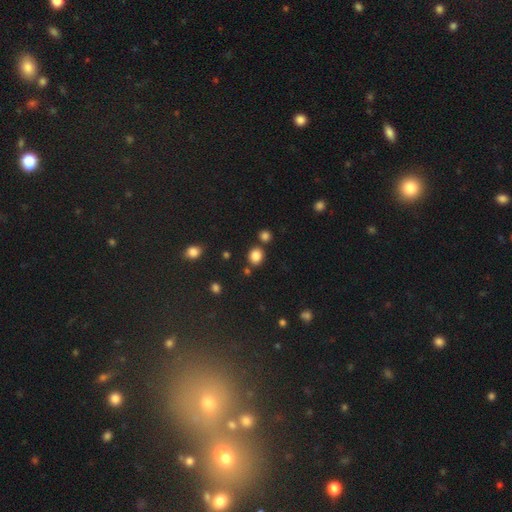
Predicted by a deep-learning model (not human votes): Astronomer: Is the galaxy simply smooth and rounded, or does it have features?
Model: smooth — 84%.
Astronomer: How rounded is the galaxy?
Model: round — 67%.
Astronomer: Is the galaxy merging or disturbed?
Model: none — 76%.